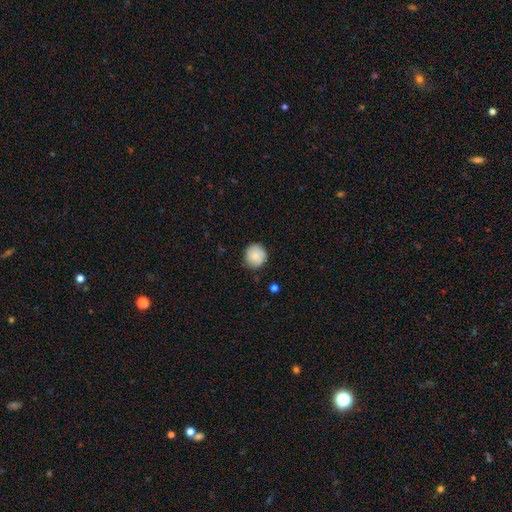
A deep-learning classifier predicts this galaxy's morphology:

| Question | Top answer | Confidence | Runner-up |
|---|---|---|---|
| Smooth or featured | smooth | 82% | featured or disk (11%) |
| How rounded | round | 92% | in between (7%) |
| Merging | none | 84% | minor disturbance (13%) |